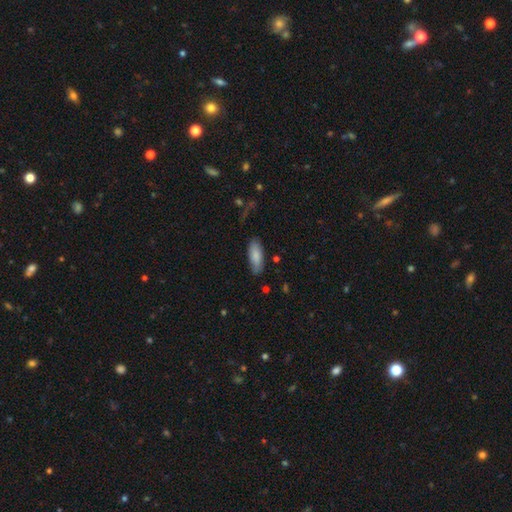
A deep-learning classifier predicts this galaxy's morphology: smooth-or-featured: smooth: 82% | featured or disk: 12% | star or artifact: 6%
  how-rounded: in between: 69% | cigar-shaped: 29% | round: 2%
  merging: none: 79% | minor disturbance: 16% | major disturbance: 3% | merger: 2%